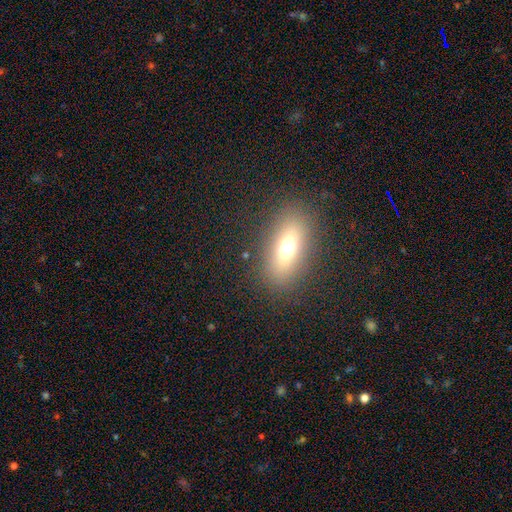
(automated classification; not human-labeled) Morphology: type=smooth (57%); roundness=in between (63%); merging=none (89%).